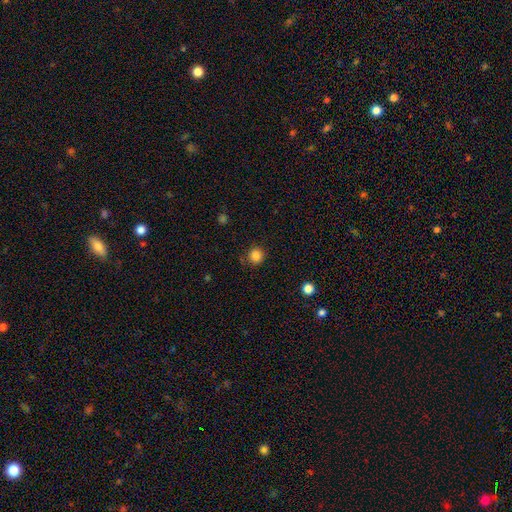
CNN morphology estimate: A smooth galaxy with no disk features (85%) that is round (93%). Merging: none (84%).